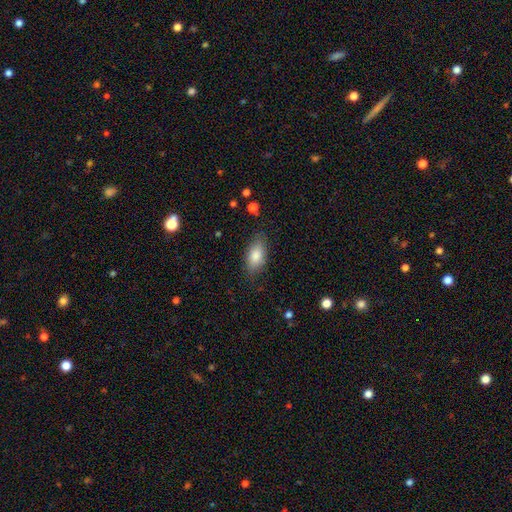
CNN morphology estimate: Overall: smooth (83%). How rounded: in between (89%). Merging: none (82%).